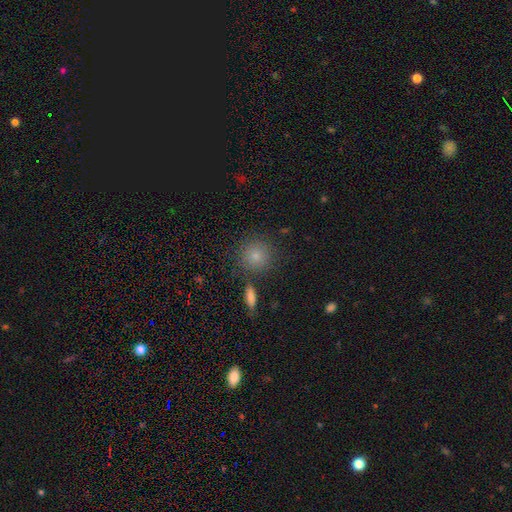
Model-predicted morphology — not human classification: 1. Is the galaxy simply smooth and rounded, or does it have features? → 75% smooth, 16% star or artifact, 9% featured or disk.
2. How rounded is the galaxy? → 91% round, 8% in between, 1% cigar-shaped.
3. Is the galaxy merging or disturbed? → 82% none, 8% minor disturbance, 7% merger, 3% major disturbance.